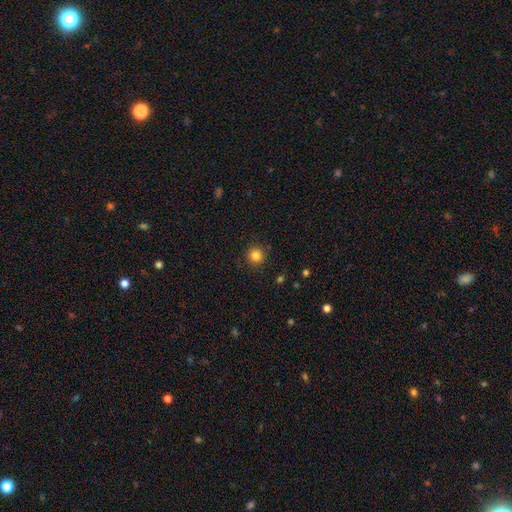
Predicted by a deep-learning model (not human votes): Smooth or featured? Predicted: smooth (p=0.83). How rounded? Predicted: round (p=0.95). Merging? Predicted: none (p=0.91).